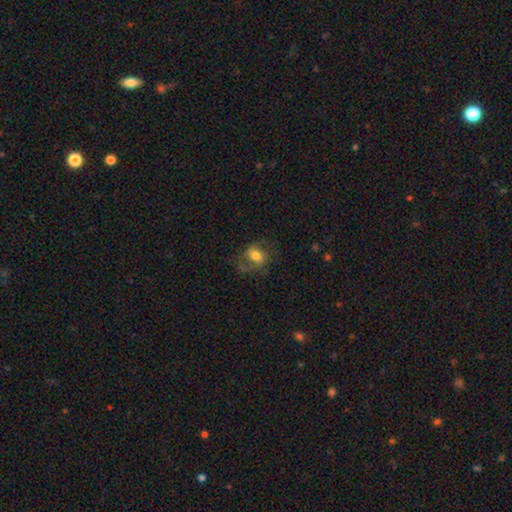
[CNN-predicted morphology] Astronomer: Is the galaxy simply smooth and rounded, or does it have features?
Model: smooth — 48% (runner-up: featured or disk, 42%).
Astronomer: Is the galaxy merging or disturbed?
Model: none — 57%.